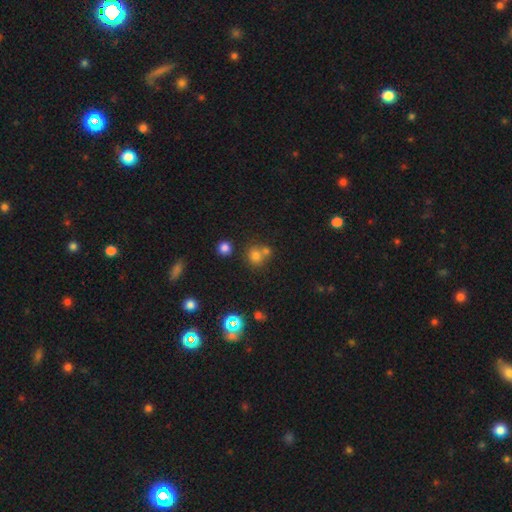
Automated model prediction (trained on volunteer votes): Smooth or featured? smooth (70%)
How rounded? round (83%)
Merging? none (52%)